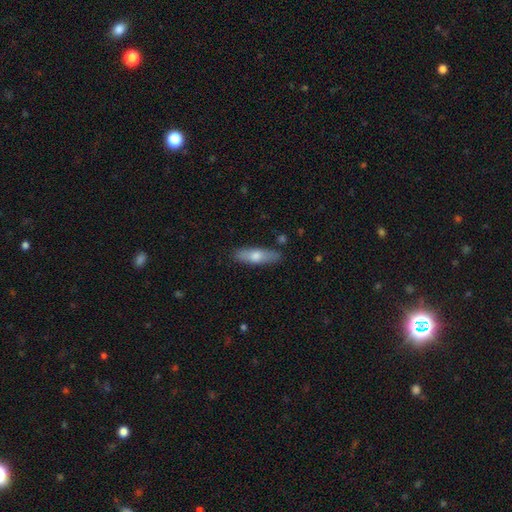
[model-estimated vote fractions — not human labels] Morphology: type=smooth (64%); roundness=cigar-shaped (56%); merging=none (85%).